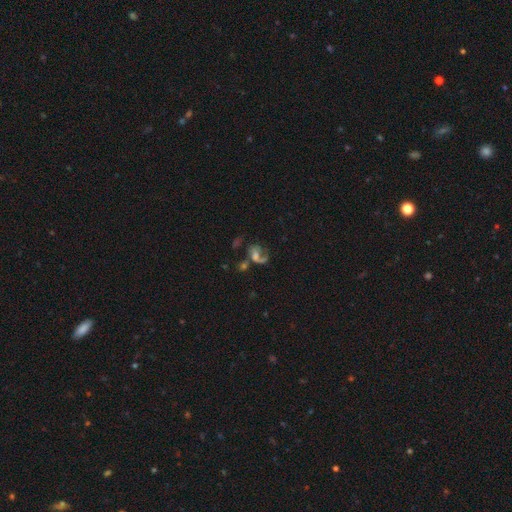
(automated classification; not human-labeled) smooth_or_featured: featured or disk (p=0.59) [alt: smooth p=0.27]
disk_edge_on: no (p=0.97) [alt: yes p=0.03]
bar: no (p=0.64) [alt: weak p=0.28]
has_spiral_arms: yes (p=0.73) [alt: no p=0.27]
bulge_size: moderate (p=0.40) [alt: small p=0.25]
merging: major disturbance (p=0.30) [alt: none p=0.28]